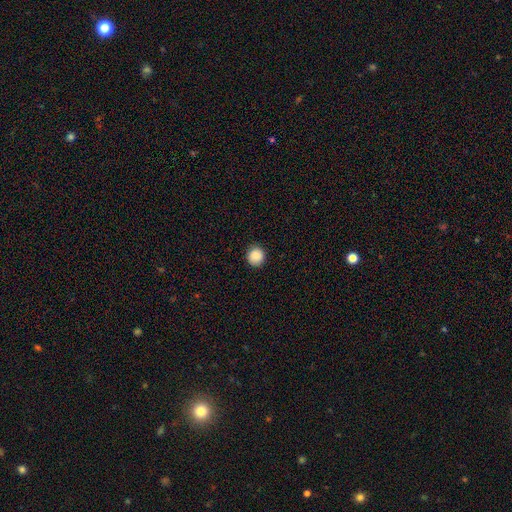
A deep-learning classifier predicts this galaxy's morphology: smooth-or-featured: smooth: 89% | star or artifact: 9% | featured or disk: 2%
  how-rounded: round: 93% | in between: 6% | cigar-shaped: 1%
  merging: none: 91% | minor disturbance: 6% | major disturbance: 2% | merger: 1%